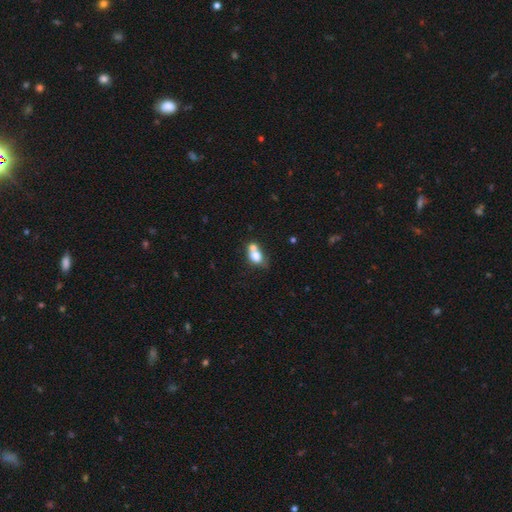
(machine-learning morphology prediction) type=smooth (72%); roundness=in between (55%); merging=merger (55%).